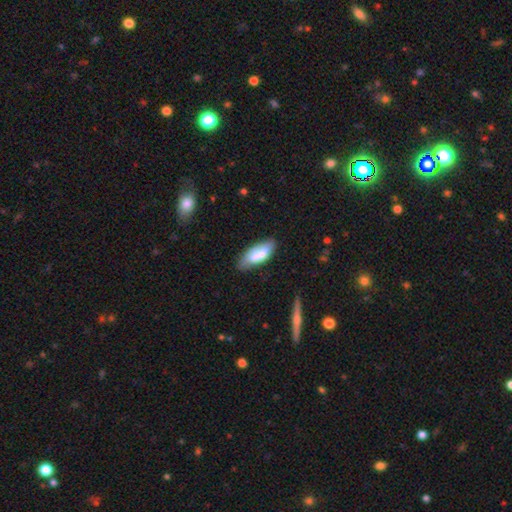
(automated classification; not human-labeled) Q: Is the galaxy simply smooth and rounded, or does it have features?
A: smooth — 67%.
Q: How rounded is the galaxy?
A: in between — 77%.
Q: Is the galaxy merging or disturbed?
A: none — 63%.